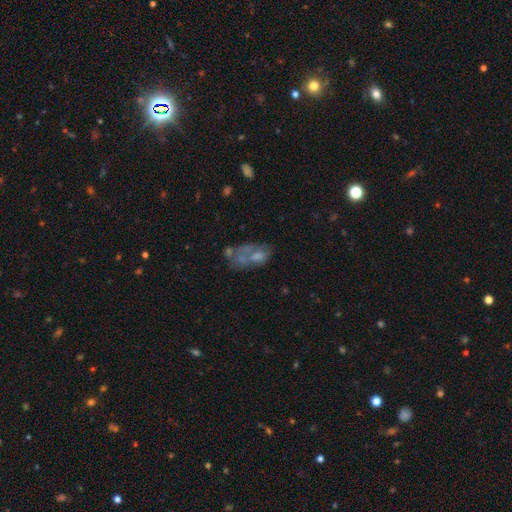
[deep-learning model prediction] smooth_or_featured: smooth (p=0.45) [alt: featured or disk p=0.44]
merging: none (p=0.27) [tied with: major disturbance p=0.27, merger p=0.27]